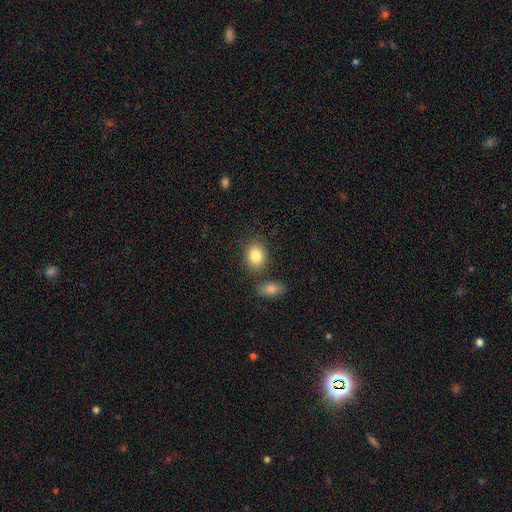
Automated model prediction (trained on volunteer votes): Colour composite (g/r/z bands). It shows a smooth galaxy with no disk features (84%) that is in between round and cigar-shaped (56%). Merging: none (75%).